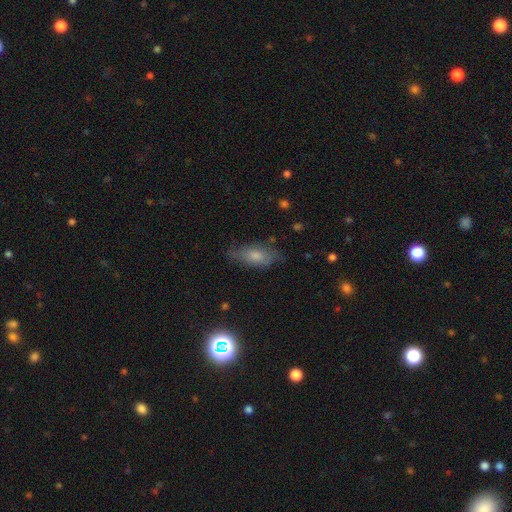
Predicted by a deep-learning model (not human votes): smooth 65%, featured or disk 26%, star or artifact 9%. Down the decision tree: how rounded — in between (82%); merging — none (69%).